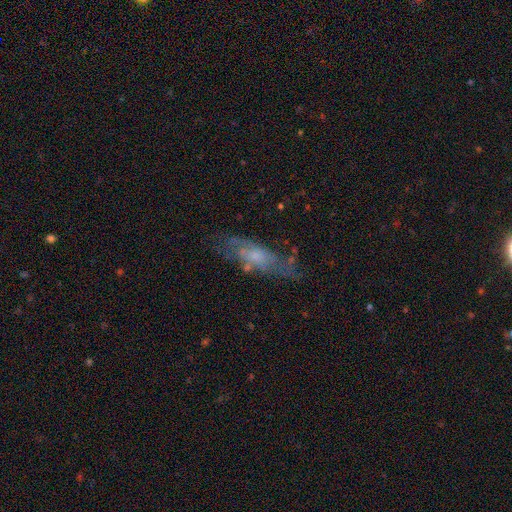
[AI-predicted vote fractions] Q: Smooth or featured?
A: featured or disk (56%); runner-up: smooth (35%)
Q: Edge-on disk?
A: no (74%); runner-up: yes (26%)
Q: Merging?
A: none (59%); runner-up: minor disturbance (24%)